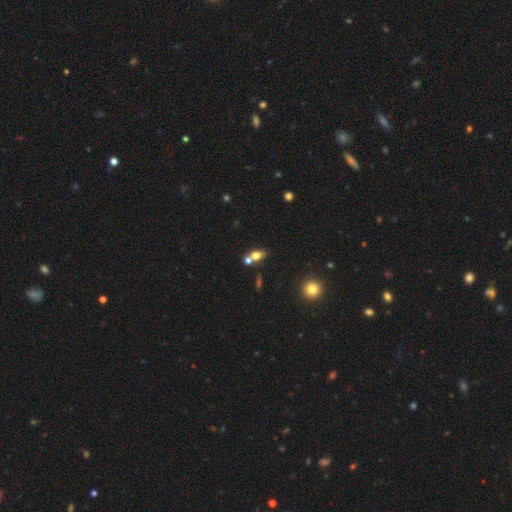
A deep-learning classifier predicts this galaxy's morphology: This appears to be a smooth galaxy with no disk features (70%) that is in between round and cigar-shaped (65%). Merging: none (47%).